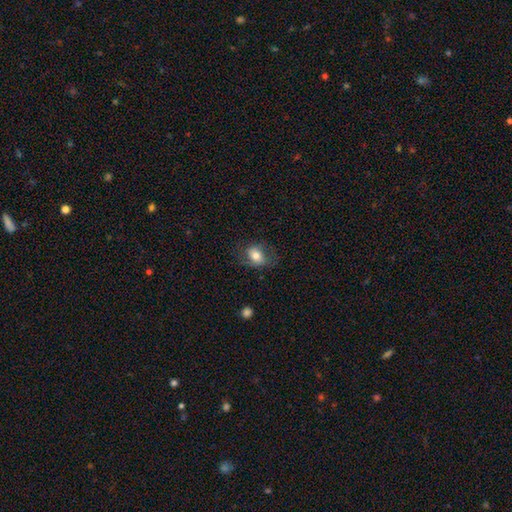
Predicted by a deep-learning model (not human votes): Smooth or featured? smooth (70%)
How rounded? in between (68%)
Merging? none (63%)